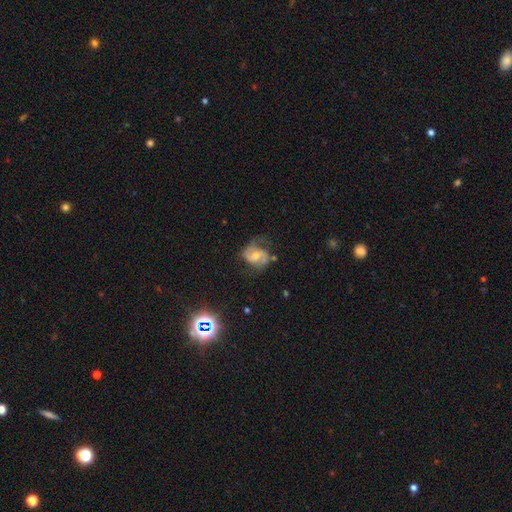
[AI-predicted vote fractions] The model was most divided on "bar": weak: 44%, no: 43%, strong: 12%. More confident: edge-on disk — no (98%); spiral arms — yes (93%); spiral arm count — 2 (86%); smooth or featured — featured or disk (78%); merging — none (59%); bulge size — moderate (53%); spiral winding — medium (51%).